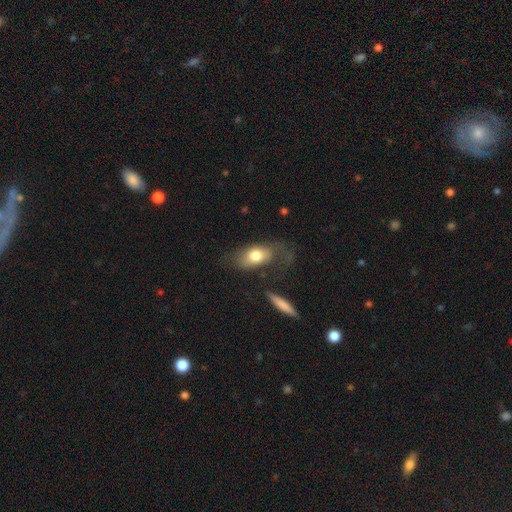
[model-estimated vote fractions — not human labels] Smooth or featured?
  - smooth: 69% *
  - featured or disk: 24%
  - star or artifact: 7%
How rounded?
  - in between: 87% *
  - round: 7%
  - cigar-shaped: 5%
Merging?
  - none: 49% *
  - major disturbance: 24%
  - minor disturbance: 22%
  - merger: 5%